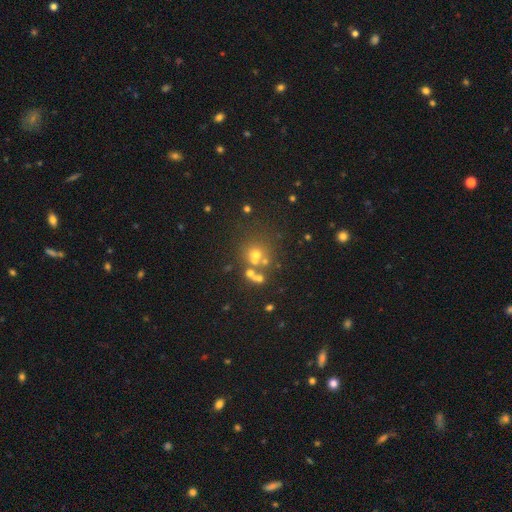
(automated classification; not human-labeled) Smooth or featured? smooth (53%)
How rounded? round (86%)
Merging? none (58%)